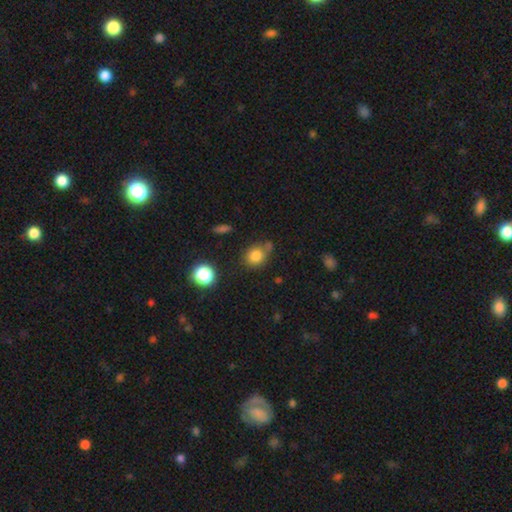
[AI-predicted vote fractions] This appears to be a smooth galaxy with no disk features (80%) that is round (68%). Merging: none (63%).